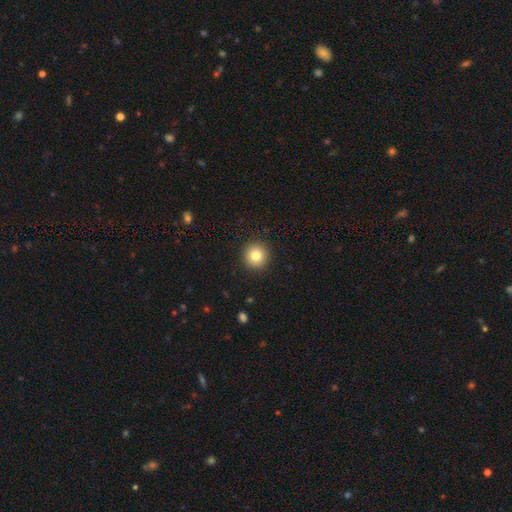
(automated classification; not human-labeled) The model was most divided on "smooth or featured": smooth: 82%, star or artifact: 10%, featured or disk: 8%. More confident: how rounded — round (95%); merging — none (92%).